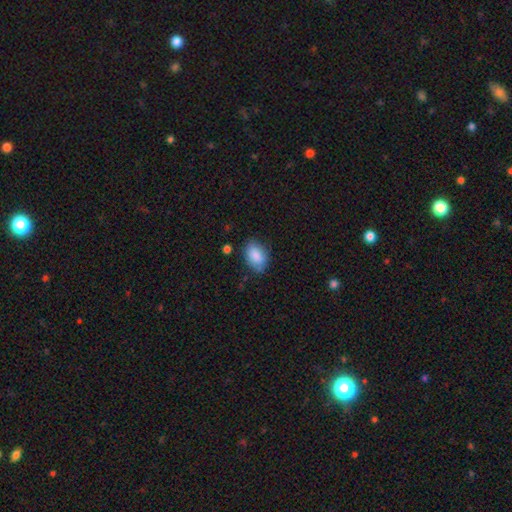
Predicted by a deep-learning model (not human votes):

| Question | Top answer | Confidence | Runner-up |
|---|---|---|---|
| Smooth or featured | smooth | 86% | star or artifact (7%) |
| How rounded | in between | 85% | round (13%) |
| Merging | none | 71% | minor disturbance (21%) |